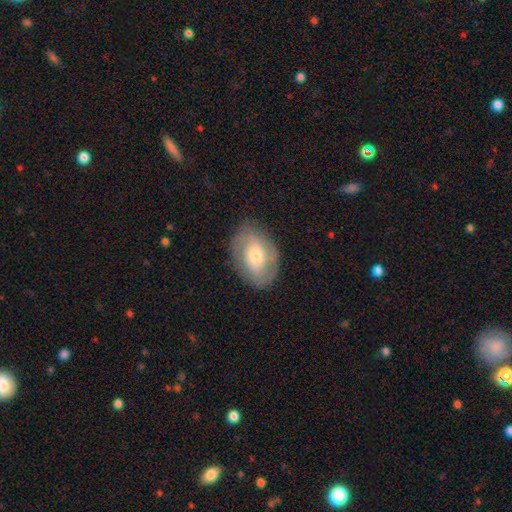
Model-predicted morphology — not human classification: Q: Smooth or featured?
A: featured or disk (56%); runner-up: smooth (38%)
Q: Edge-on disk?
A: no (95%); runner-up: yes (5%)
Q: Bar?
A: no (56%); runner-up: weak (33%)
Q: Spiral arms?
A: yes (73%); runner-up: no (27%)
Q: Bulge size?
A: moderate (49%); runner-up: small (40%)
Q: Merging?
A: none (80%); runner-up: minor disturbance (14%)